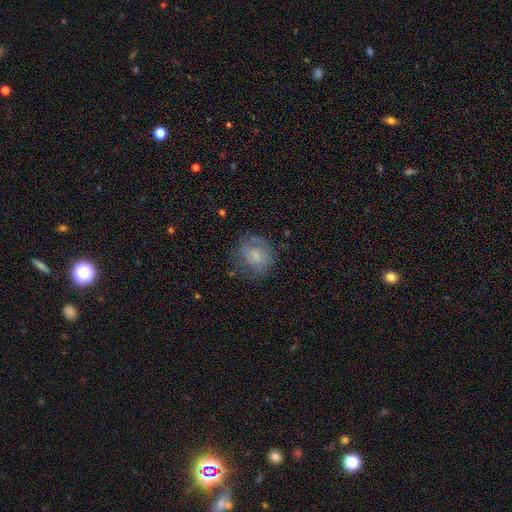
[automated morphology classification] featured or disk 52%, smooth 38%, star or artifact 9%. Down the decision tree: edge-on disk — no (97%); bar — no (57%); spiral arms — yes (77%); bulge size — small (41%); merging — none (64%).